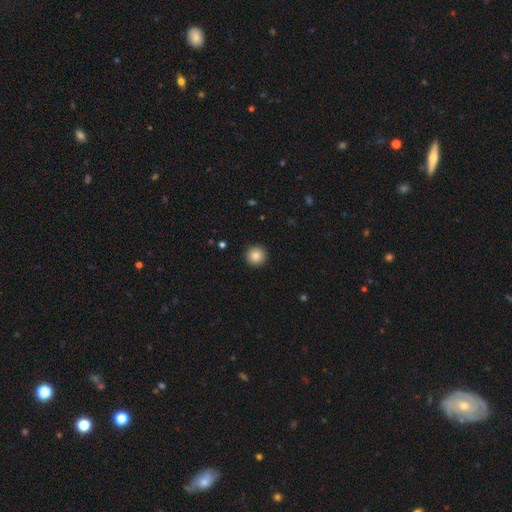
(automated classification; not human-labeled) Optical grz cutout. It shows a smooth galaxy with no disk features (85%) that is round (96%). Merging: none (93%).